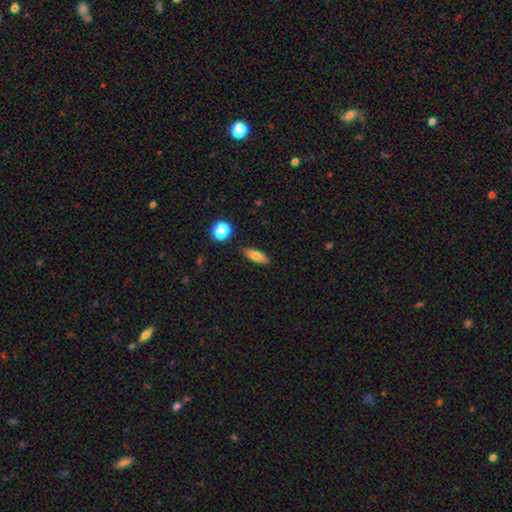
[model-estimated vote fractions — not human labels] The model was most divided on "how rounded": in between: 59%, cigar-shaped: 36%, round: 5%. More confident: merging — none (87%); smooth or featured — smooth (75%).